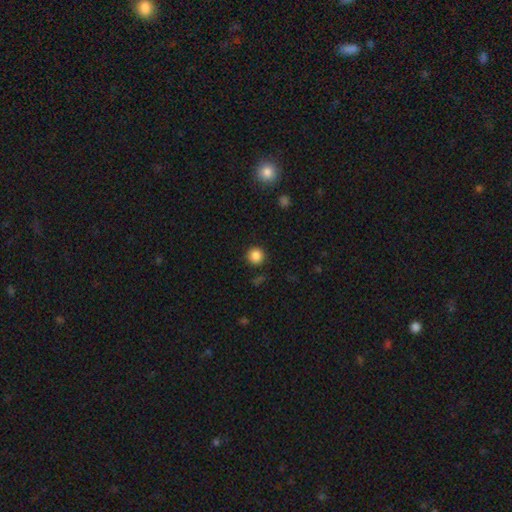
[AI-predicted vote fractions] Smooth or featured?
  - smooth: 86% *
  - star or artifact: 11%
  - featured or disk: 3%
How rounded?
  - round: 94% *
  - in between: 5%
  - cigar-shaped: 1%
Merging?
  - none: 90% *
  - minor disturbance: 6%
  - major disturbance: 2%
  - merger: 2%